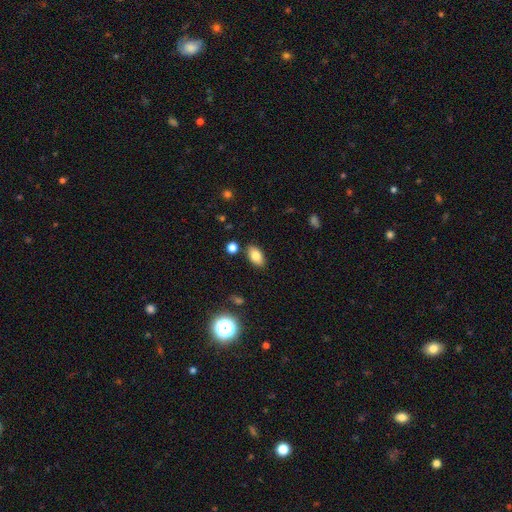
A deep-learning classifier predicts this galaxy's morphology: This appears to be a smooth galaxy with no disk features (81%) that is in between round and cigar-shaped (92%). Merging: none (85%).